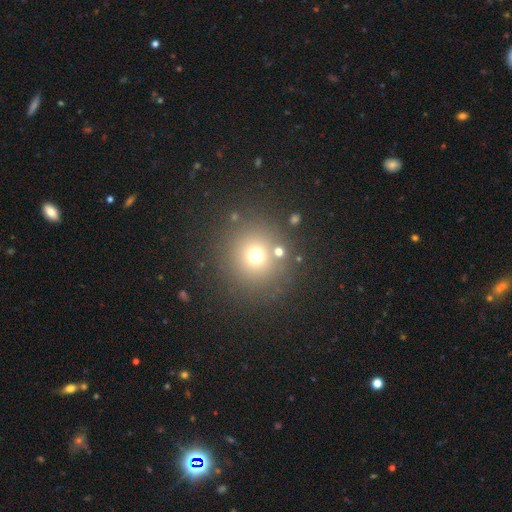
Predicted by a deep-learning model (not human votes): smooth_or_featured: smooth (p=0.68) [alt: star or artifact p=0.22]
how_rounded: round (p=0.92) [alt: in between p=0.07]
merging: none (p=0.80) [alt: minor disturbance p=0.08]